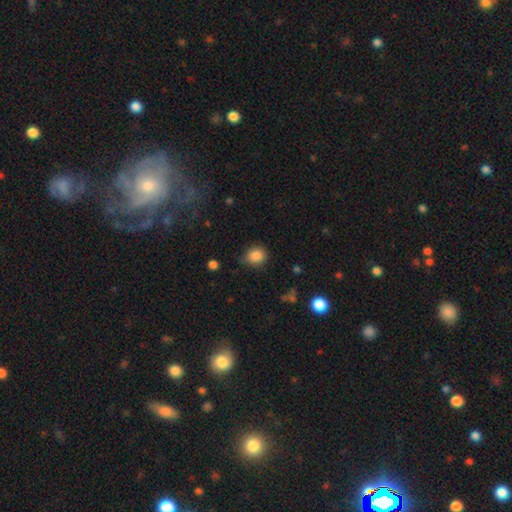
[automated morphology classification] smooth 86%, star or artifact 10%, featured or disk 5%. Down the decision tree: how rounded — round (72%); merging — none (68%).